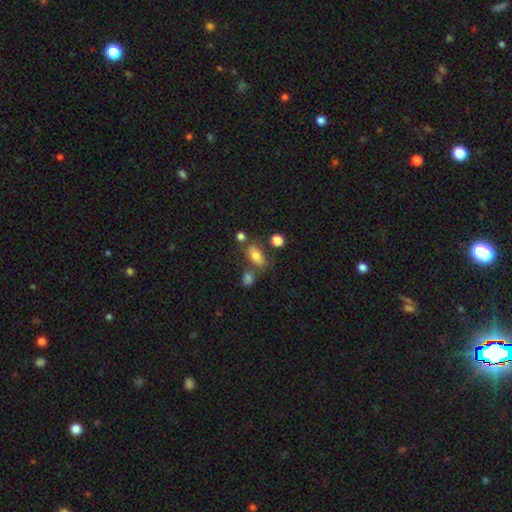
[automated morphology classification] This appears to be a smooth galaxy with no disk features (71%) that is in between round and cigar-shaped (84%). Merging: none (60%).